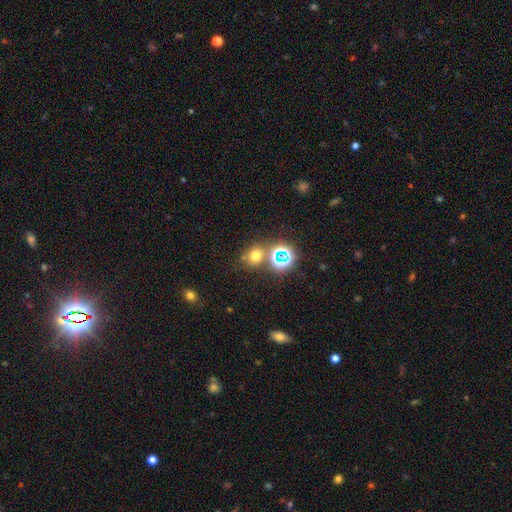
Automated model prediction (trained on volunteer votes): smooth_or_featured: smooth (p=0.61) [alt: star or artifact p=0.31]
how_rounded: round (p=0.76) [alt: in between p=0.23]
merging: none (p=0.68) [alt: merger p=0.17]